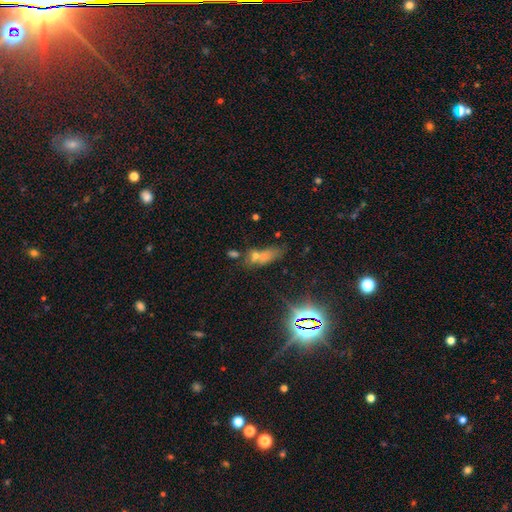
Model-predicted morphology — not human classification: Smooth or featured?
  - star or artifact: 41% *
  - smooth: 40%
  - featured or disk: 19%